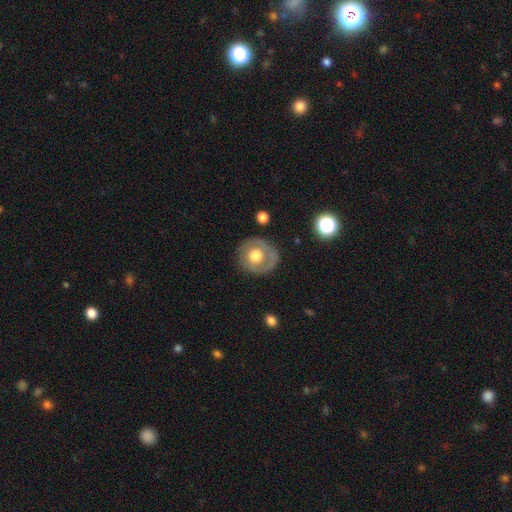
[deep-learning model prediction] A smooth galaxy with no disk features (52%) that is round (86%). Merging: none (79%).